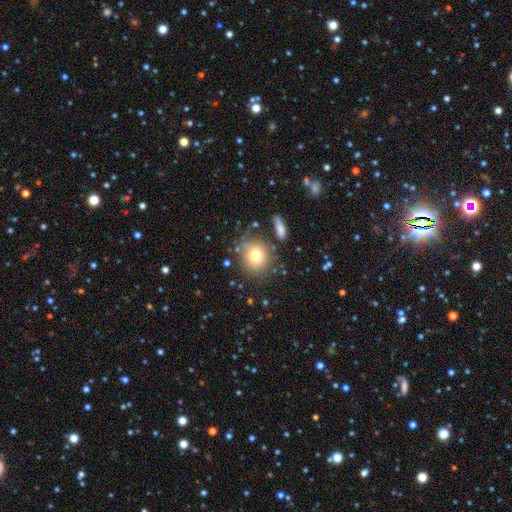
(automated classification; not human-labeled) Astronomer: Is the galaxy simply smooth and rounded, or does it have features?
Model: smooth — 73%.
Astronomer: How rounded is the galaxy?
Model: round — 85%.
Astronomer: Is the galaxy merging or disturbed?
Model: none — 71%.